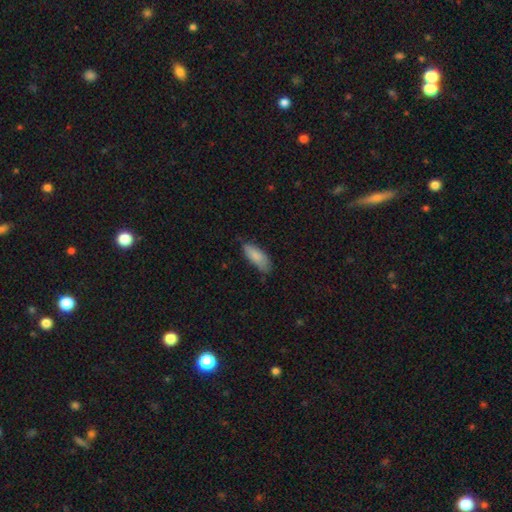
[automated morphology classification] Smooth or featured? smooth (84%)
How rounded? in between (75%)
Merging? none (68%)